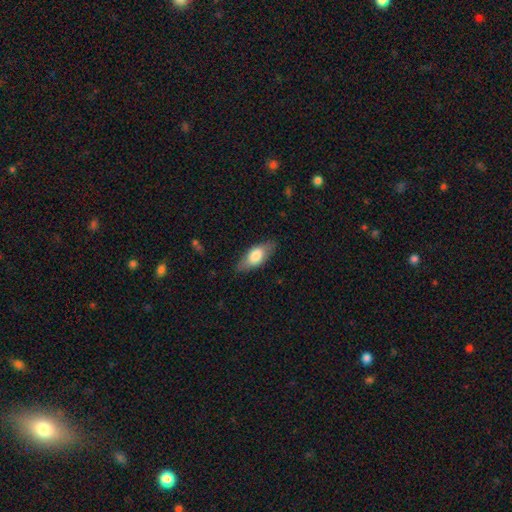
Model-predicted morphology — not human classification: smooth 71%, featured or disk 23%, star or artifact 6%. Down the decision tree: how rounded — in between (82%); merging — none (81%).